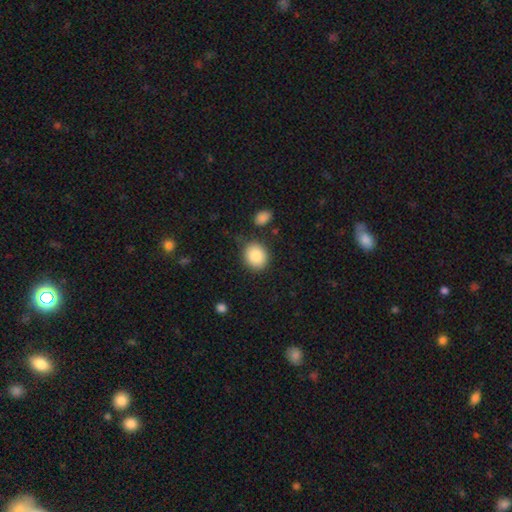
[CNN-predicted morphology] smooth 86%, star or artifact 8%, featured or disk 6%. Down the decision tree: how rounded — round (63%); merging — none (80%).